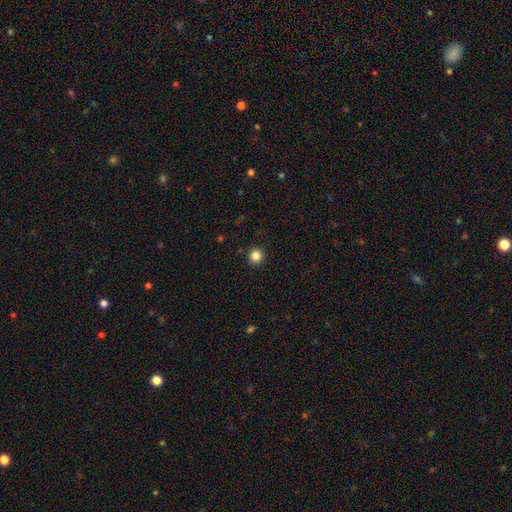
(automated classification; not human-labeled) Smooth or featured? smooth (85%)
How rounded? round (94%)
Merging? none (93%)